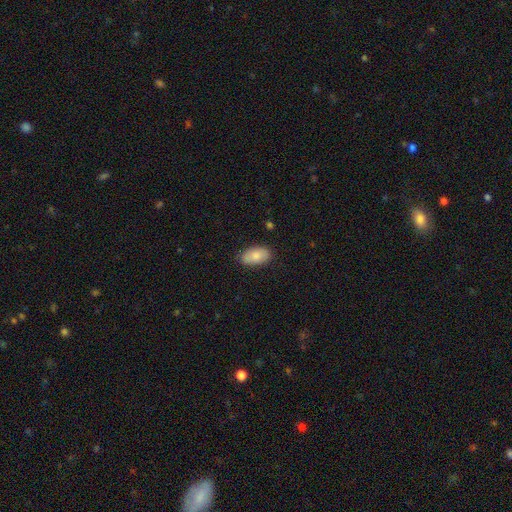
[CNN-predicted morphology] smooth-or-featured: smooth: 82% | featured or disk: 12% | star or artifact: 6%
  how-rounded: in between: 94% | round: 4% | cigar-shaped: 2%
  merging: none: 82% | minor disturbance: 14% | major disturbance: 3% | merger: 1%